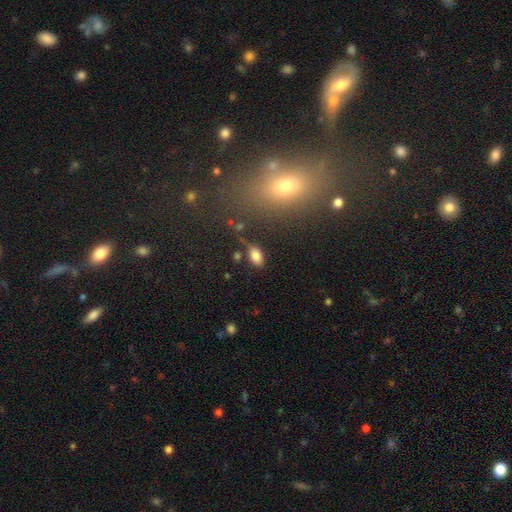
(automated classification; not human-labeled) The model was most divided on "merging": none: 70%, minor disturbance: 18%, merger: 6%, major disturbance: 6%. More confident: how rounded — in between (91%); smooth or featured — smooth (81%).